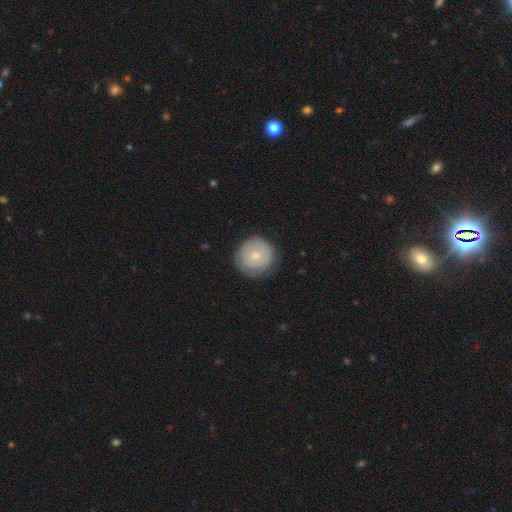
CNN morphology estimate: smooth-or-featured: smooth: 61% | featured or disk: 32% | star or artifact: 7%
  how-rounded: round: 92% | in between: 7% | cigar-shaped: 1%
  merging: none: 79% | minor disturbance: 16% | major disturbance: 4% | merger: 1%